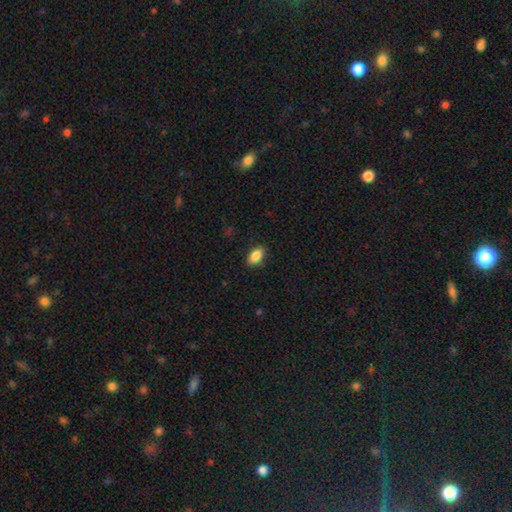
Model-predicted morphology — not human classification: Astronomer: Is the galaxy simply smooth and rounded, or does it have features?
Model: smooth — 88%.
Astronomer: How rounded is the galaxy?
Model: in between — 91%.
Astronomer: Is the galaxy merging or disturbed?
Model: none — 86%.